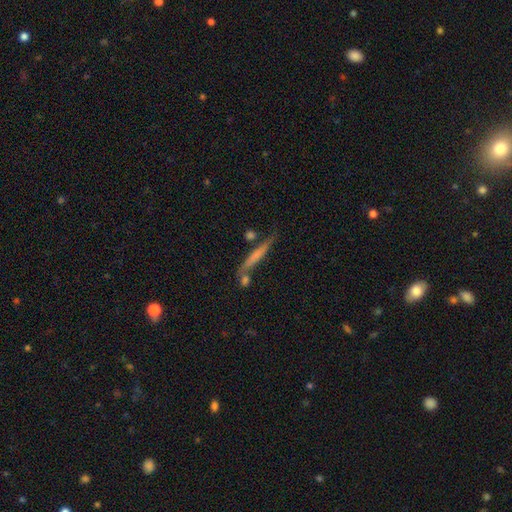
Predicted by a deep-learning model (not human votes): A smooth galaxy with no disk features (53%) that is cigar-shaped (93%).

Vote fractions:
- Smooth or featured? smooth: 53% / featured or disk: 40% / star or artifact: 7%
- How rounded? cigar-shaped: 93% / in between: 4% / round: 2%
- Merging? none: 69% / minor disturbance: 15% / merger: 12% / major disturbance: 5%